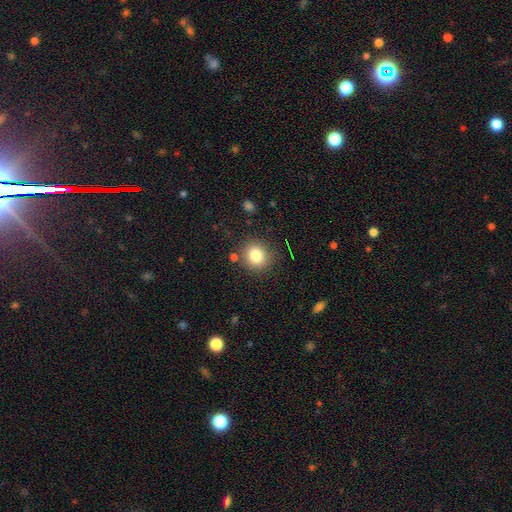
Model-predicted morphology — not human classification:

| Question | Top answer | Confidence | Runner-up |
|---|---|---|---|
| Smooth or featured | smooth | 81% | star or artifact (12%) |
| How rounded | round | 89% | in between (10%) |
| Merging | none | 85% | minor disturbance (8%) |